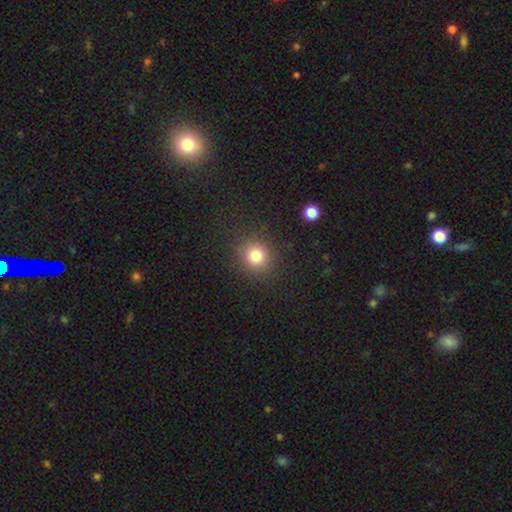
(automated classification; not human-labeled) Smooth or featured? smooth (79%)
How rounded? round (86%)
Merging? none (88%)